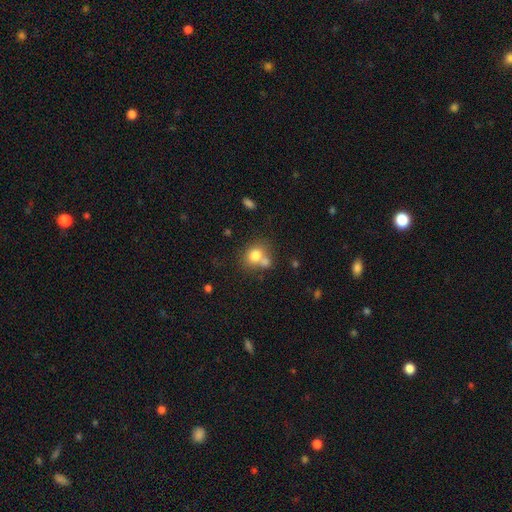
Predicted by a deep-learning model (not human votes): The model was most divided on "merging": none: 44%, merger: 39%, minor disturbance: 12%, major disturbance: 6%. More confident: smooth or featured — smooth (77%); how rounded — round (62%).